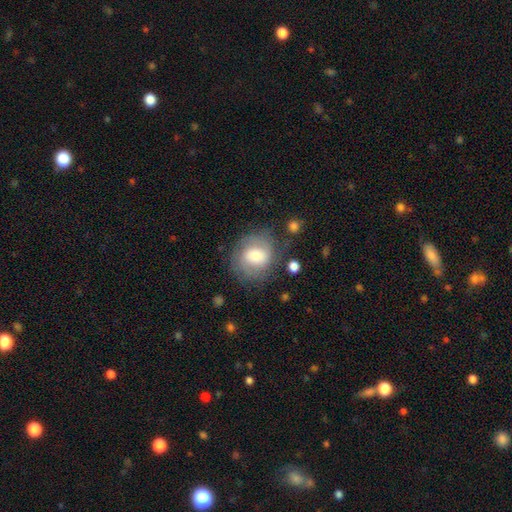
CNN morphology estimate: type=smooth (49%); merging=none (72%).